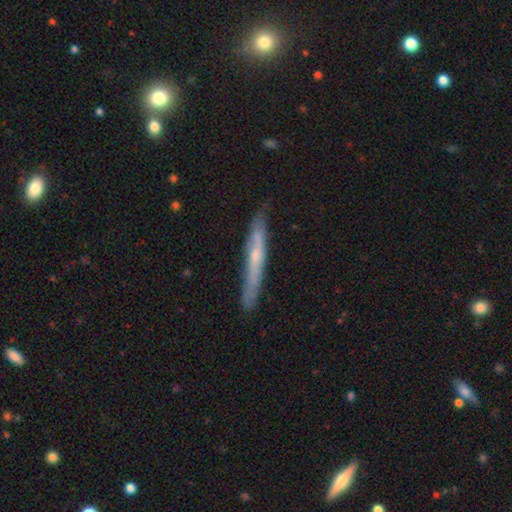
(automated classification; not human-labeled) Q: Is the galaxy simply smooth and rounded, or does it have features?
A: featured or disk — 54%.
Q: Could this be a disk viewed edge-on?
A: yes — 87%.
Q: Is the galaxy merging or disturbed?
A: none — 78%.